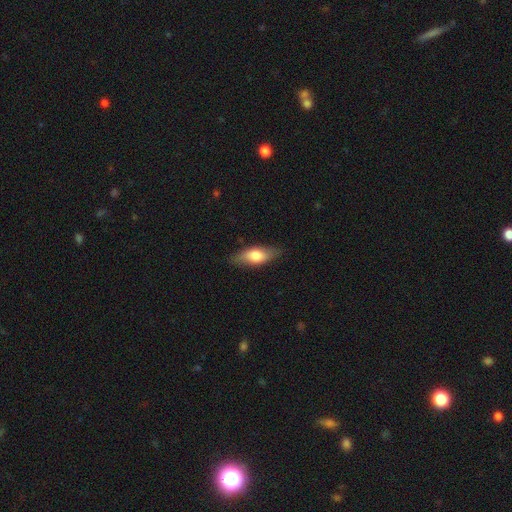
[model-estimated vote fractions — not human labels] Morphology: type=smooth (69%); roundness=in between (72%); merging=none (83%).